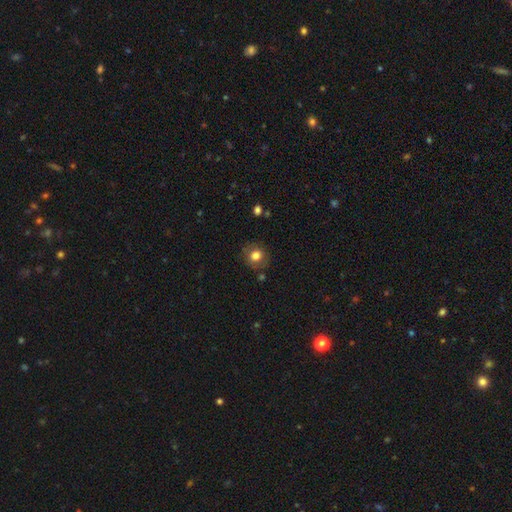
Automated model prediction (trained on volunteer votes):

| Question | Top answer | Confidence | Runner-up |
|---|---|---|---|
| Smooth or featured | smooth | 76% | featured or disk (14%) |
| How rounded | round | 81% | in between (18%) |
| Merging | none | 81% | minor disturbance (12%) |